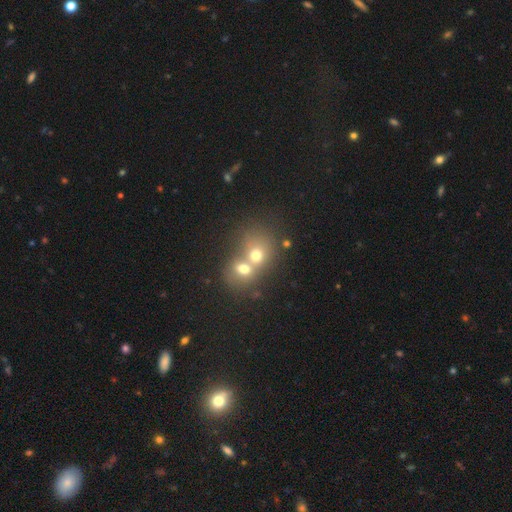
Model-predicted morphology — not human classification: type=smooth (61%); roundness=round (68%); merging=merger (71%).